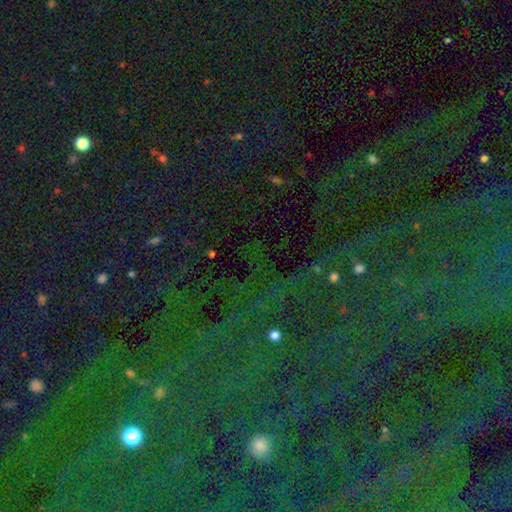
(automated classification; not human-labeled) star or artifact 81%, smooth 11%, featured or disk 8%.